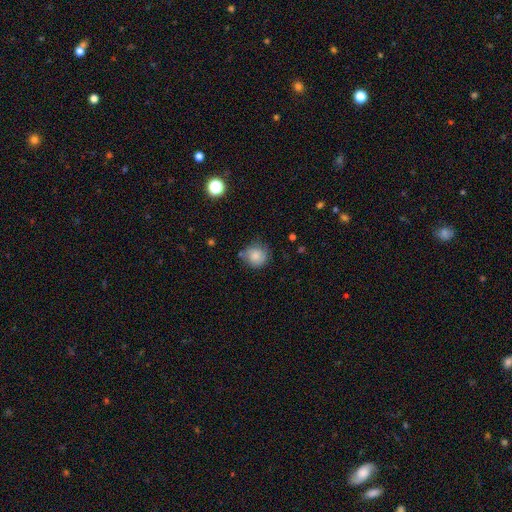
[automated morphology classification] Smooth or featured? Predicted: smooth (p=0.81). How rounded? Predicted: round (p=0.88). Merging? Predicted: none (p=0.68).